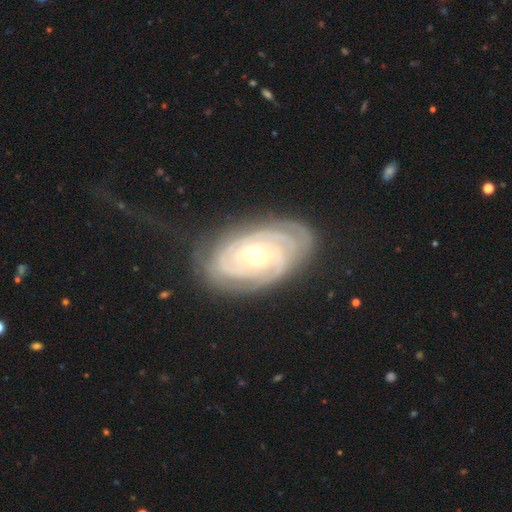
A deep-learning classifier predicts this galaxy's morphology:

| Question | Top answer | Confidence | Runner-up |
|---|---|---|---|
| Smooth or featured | featured or disk | 88% | smooth (7%) |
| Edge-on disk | no | 95% | yes (5%) |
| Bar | no | 46% | weak (36%) |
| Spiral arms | yes | 96% | no (4%) |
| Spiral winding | tight | 83% | medium (14%) |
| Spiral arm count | can't tell | 34% | 3 (19%) |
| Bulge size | moderate | 71% | small (21%) |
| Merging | none | 76% | minor disturbance (17%) |